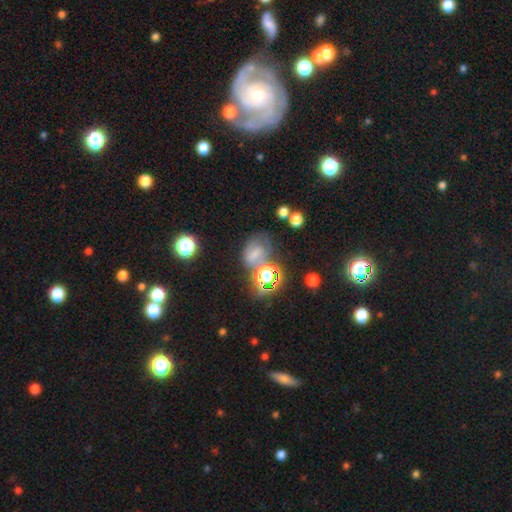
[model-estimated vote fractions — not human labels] Q: Smooth or featured?
A: smooth (48%); runner-up: star or artifact (29%)
Q: Merging?
A: none (40%); runner-up: merger (21%)